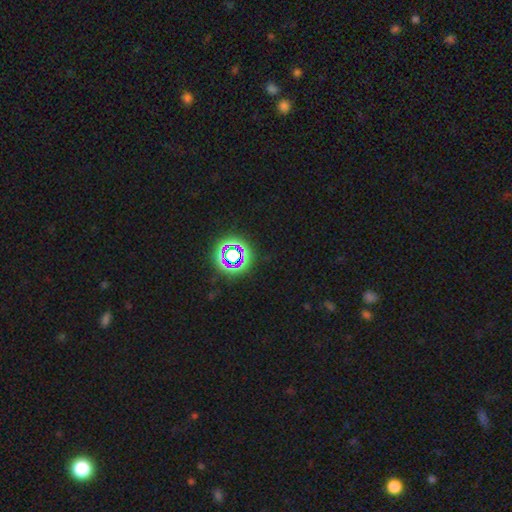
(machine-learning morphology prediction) This appears to be a star or artifact, not a galaxy (72%).